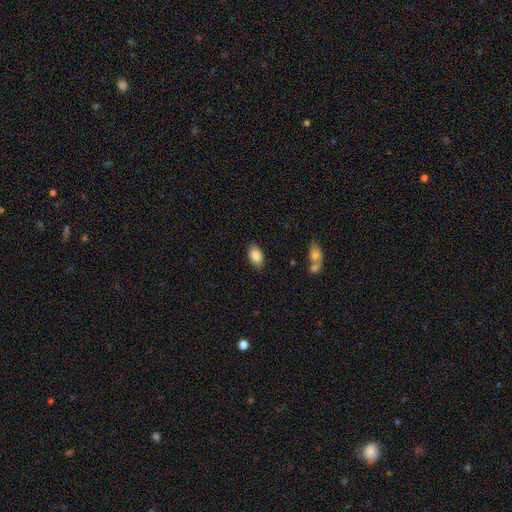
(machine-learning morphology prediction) Overall: smooth (86%). How rounded: in between (92%). Merging: none (84%).